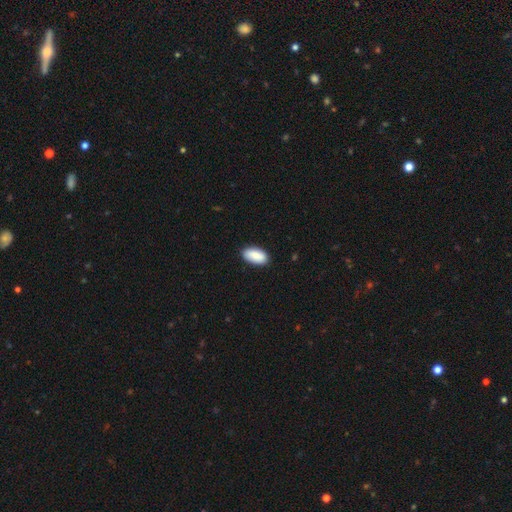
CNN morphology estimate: A smooth galaxy with no disk features (89%) that is in between round and cigar-shaped (94%). Merging: none (88%).